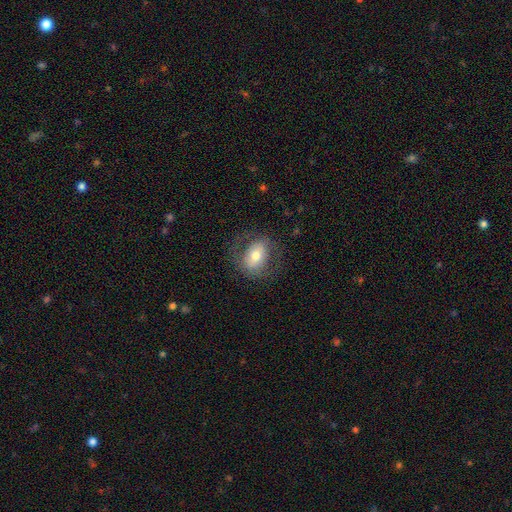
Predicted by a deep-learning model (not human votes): smooth-or-featured: smooth: 55% | featured or disk: 38% | star or artifact: 7%
  how-rounded: in between: 70% | round: 28% | cigar-shaped: 1%
  merging: none: 71% | minor disturbance: 16% | major disturbance: 12% | merger: 1%